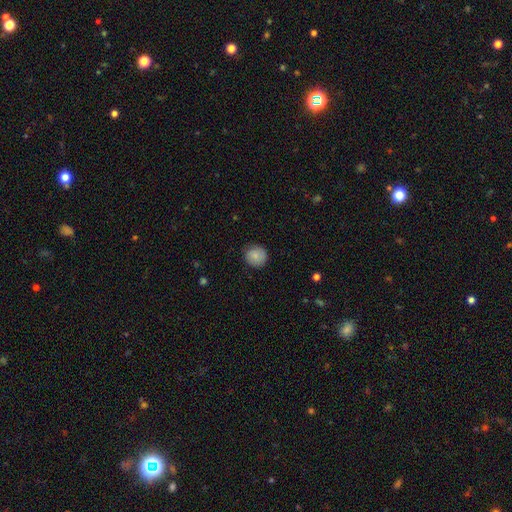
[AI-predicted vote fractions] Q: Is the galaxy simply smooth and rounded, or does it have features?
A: smooth — 82%.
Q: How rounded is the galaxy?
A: round — 90%.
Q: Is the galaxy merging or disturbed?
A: none — 82%.